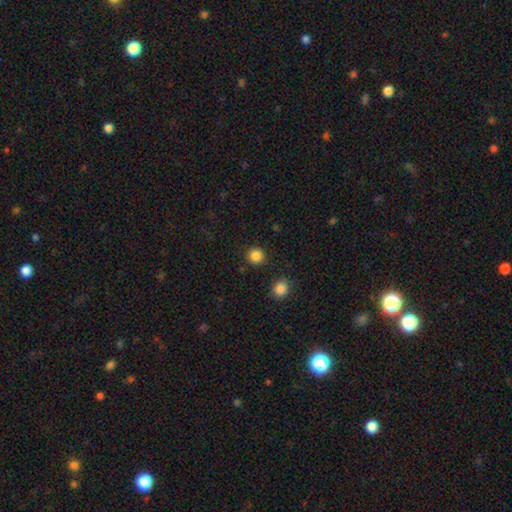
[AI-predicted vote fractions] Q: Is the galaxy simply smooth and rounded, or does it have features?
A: smooth — 85%.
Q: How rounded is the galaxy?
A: round — 93%.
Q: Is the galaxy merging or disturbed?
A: none — 89%.